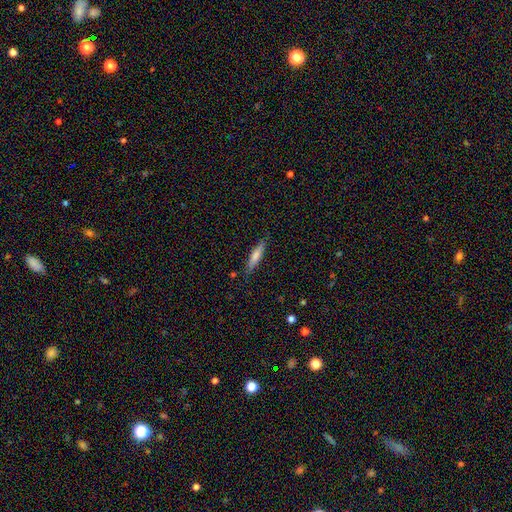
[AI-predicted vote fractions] Morphology: type=smooth (70%); roundness=cigar-shaped (82%); merging=none (83%).